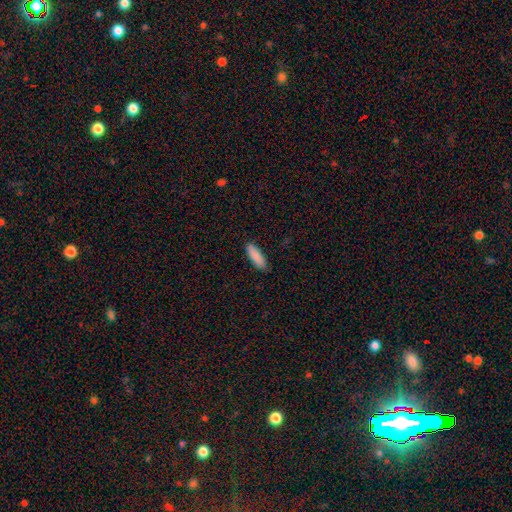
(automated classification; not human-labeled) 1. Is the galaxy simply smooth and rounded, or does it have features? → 89% smooth, 6% star or artifact, 5% featured or disk.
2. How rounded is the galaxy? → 49% cigar-shaped (tied), 49% in between (tied), 1% round.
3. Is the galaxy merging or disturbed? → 89% none, 9% minor disturbance, 2% major disturbance, 1% merger.